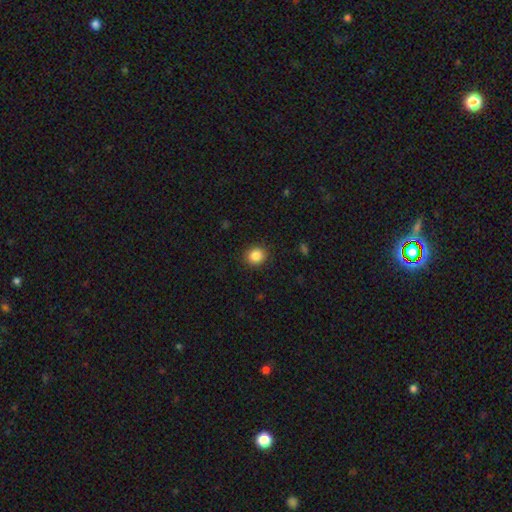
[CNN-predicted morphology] The model was most divided on "how rounded": round: 86%, in between: 13%, cigar-shaped: 1%. More confident: merging — none (91%); smooth or featured — smooth (86%).